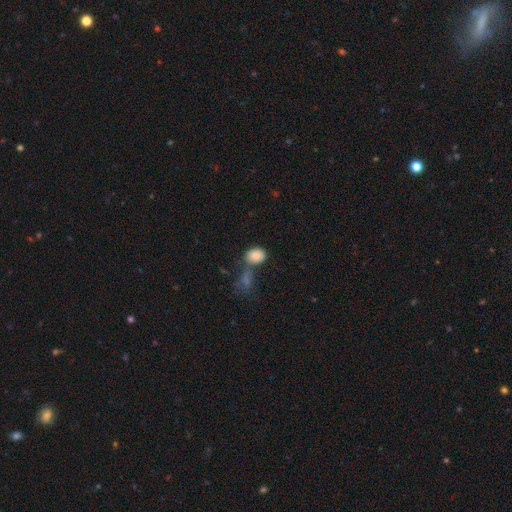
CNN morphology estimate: type=smooth (83%); roundness=in between (62%); merging=none (51%).